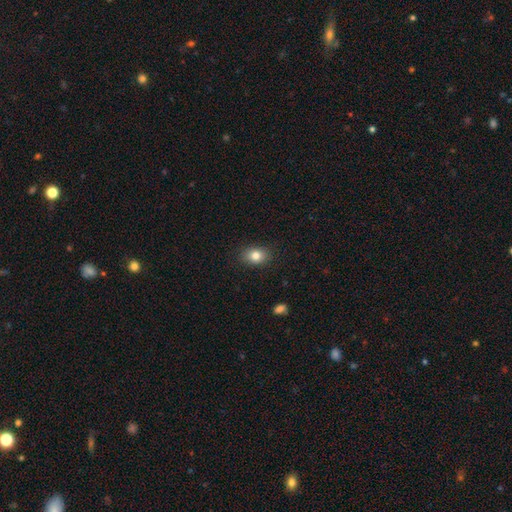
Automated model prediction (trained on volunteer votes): This appears to be a smooth galaxy with no disk features (82%) that is in between round and cigar-shaped (68%). Merging: none (88%).